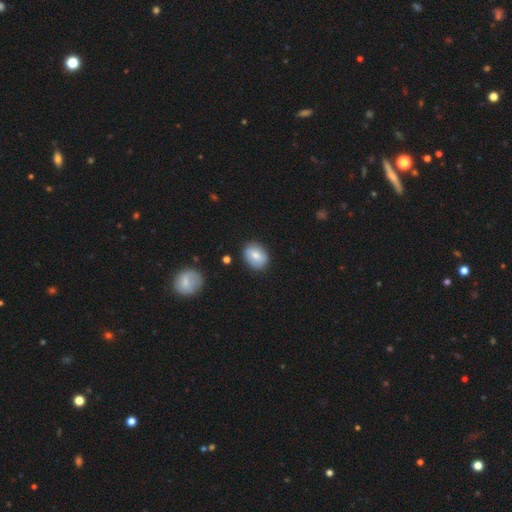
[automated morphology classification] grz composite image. It shows a smooth galaxy with no disk features (76%) that is in between round and cigar-shaped (58%). Merging: none (85%).